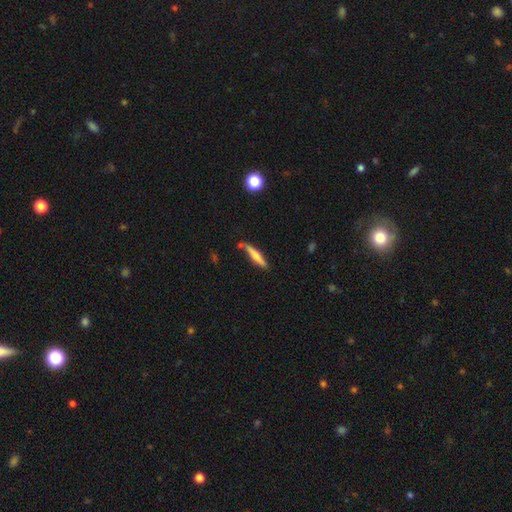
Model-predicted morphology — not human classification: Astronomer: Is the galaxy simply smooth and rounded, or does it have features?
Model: smooth — 61%.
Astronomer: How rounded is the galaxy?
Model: cigar-shaped — 90%.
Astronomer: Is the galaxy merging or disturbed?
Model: none — 79%.